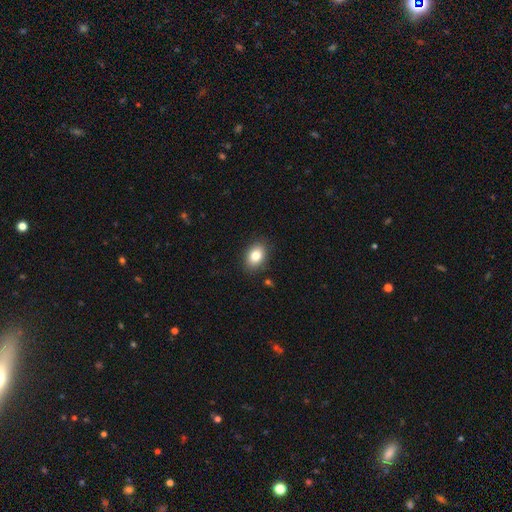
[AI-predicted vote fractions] Smooth or featured? smooth (83%)
How rounded? in between (73%)
Merging? none (87%)